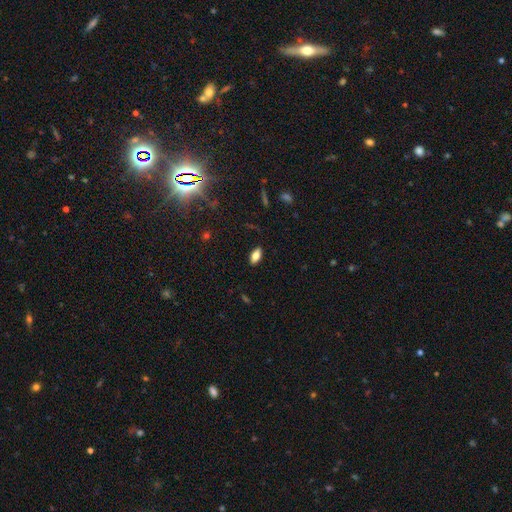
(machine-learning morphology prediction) A smooth galaxy with no disk features (78%) that is in between round and cigar-shaped (88%).

Vote fractions:
- Smooth or featured? smooth: 78% / featured or disk: 14% / star or artifact: 9%
- How rounded? in between: 88% / cigar-shaped: 9% / round: 3%
- Merging? none: 87% / minor disturbance: 10% / major disturbance: 2% / merger: 1%